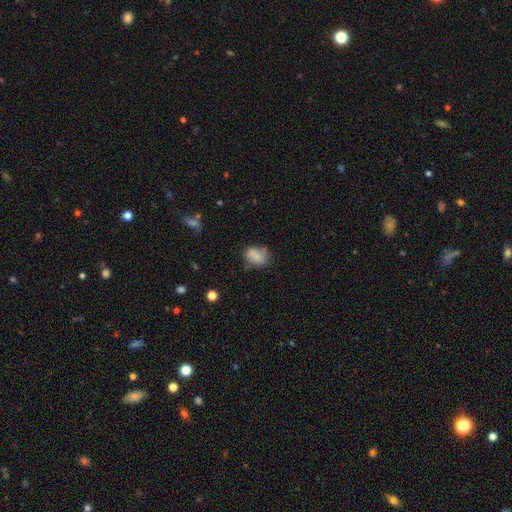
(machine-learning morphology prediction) Q: Smooth or featured?
A: smooth (82%); runner-up: star or artifact (9%)
Q: How rounded?
A: in between (74%); runner-up: round (25%)
Q: Merging?
A: none (62%); runner-up: minor disturbance (23%)